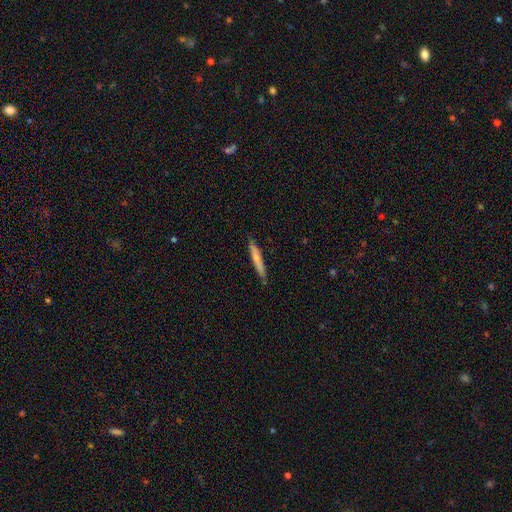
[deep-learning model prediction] A smooth galaxy with no disk features (65%) that is cigar-shaped (96%).

Vote fractions:
- Smooth or featured? smooth: 65% / featured or disk: 29% / star or artifact: 6%
- How rounded? cigar-shaped: 96% / in between: 3% / round: 1%
- Merging? none: 89% / minor disturbance: 9% / major disturbance: 1% / merger: 1%